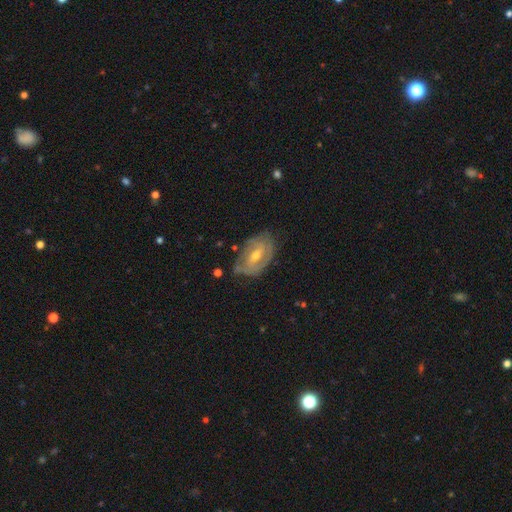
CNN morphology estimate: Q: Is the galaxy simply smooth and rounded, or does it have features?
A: featured or disk — 75%.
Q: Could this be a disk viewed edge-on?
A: no — 95%.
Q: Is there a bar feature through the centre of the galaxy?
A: weak — 49%.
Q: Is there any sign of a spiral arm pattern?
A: yes — 81%.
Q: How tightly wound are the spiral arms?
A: tight — 52%.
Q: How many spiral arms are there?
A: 2 — 52%.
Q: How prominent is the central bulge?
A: moderate — 56%.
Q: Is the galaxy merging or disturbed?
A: none — 65%.